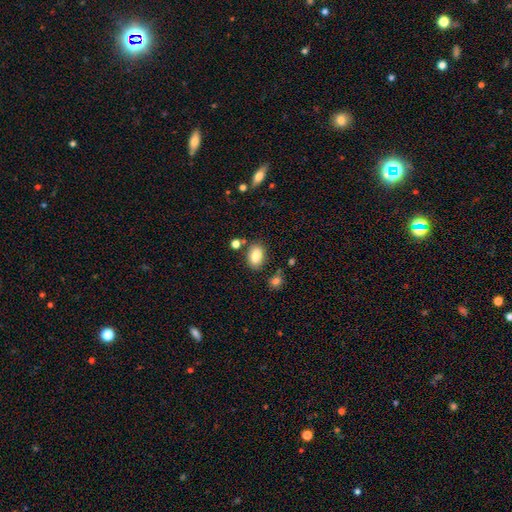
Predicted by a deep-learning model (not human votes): smooth_or_featured: smooth (p=0.84) [alt: star or artifact p=0.09]
how_rounded: in between (p=0.85) [alt: round p=0.13]
merging: none (p=0.78) [alt: minor disturbance p=0.12]